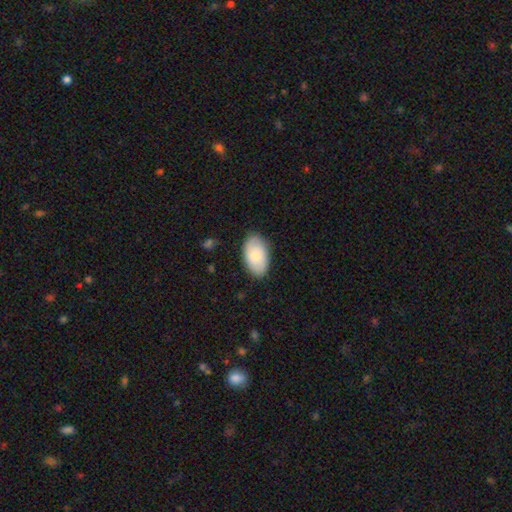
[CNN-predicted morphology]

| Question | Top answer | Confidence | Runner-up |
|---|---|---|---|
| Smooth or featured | smooth | 76% | featured or disk (19%) |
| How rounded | in between | 95% | round (4%) |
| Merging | none | 84% | minor disturbance (12%) |